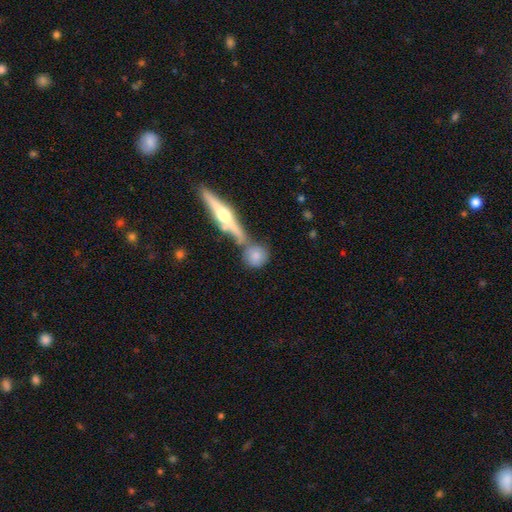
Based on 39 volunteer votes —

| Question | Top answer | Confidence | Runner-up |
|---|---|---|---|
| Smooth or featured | smooth | 64% | featured or disk (31%) |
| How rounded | round | 92% | in between (4%) |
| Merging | none | 54% | merger (32%) |